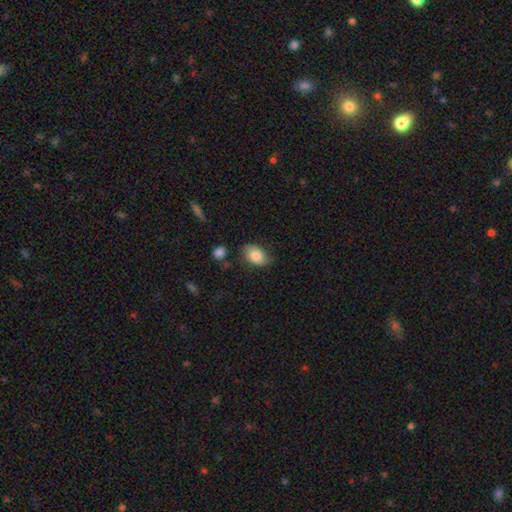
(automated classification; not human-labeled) smooth 78%, featured or disk 15%, star or artifact 8%. Down the decision tree: how rounded — in between (81%); merging — none (63%).